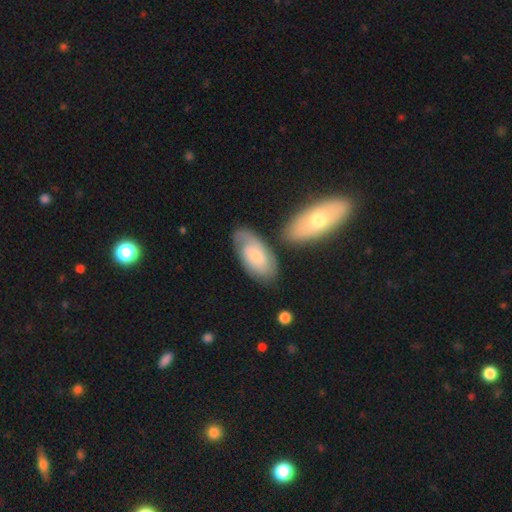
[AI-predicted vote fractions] Smooth or featured? featured or disk (49%)
Merging? none (60%)